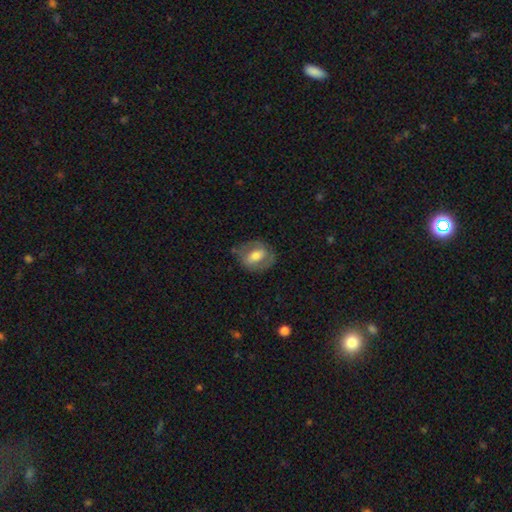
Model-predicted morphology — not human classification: smooth-or-featured: smooth: 49% | featured or disk: 44% | star or artifact: 7%
  merging: none: 69% | minor disturbance: 20% | major disturbance: 9% | merger: 2%